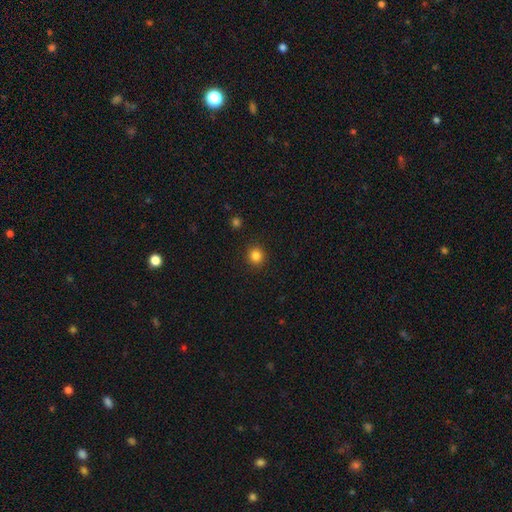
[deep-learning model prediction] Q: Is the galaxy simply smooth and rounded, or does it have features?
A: smooth — 85%.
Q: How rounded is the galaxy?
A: round — 91%.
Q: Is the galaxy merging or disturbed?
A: none — 92%.